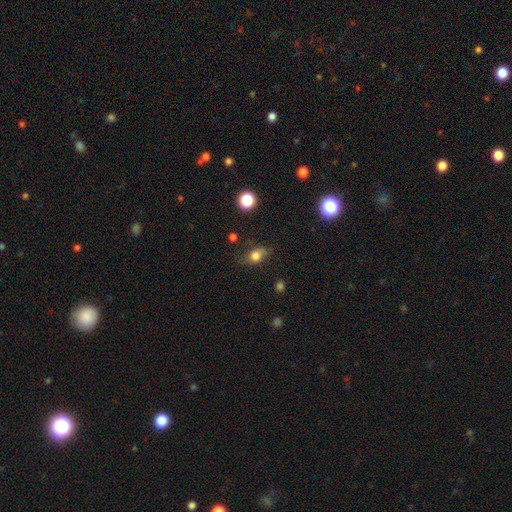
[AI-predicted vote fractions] Smooth or featured: smooth — 74% (featured or disk — 16%)
How rounded: in between — 67% (round — 28%)
Merging: none — 63% (minor disturbance — 26%)